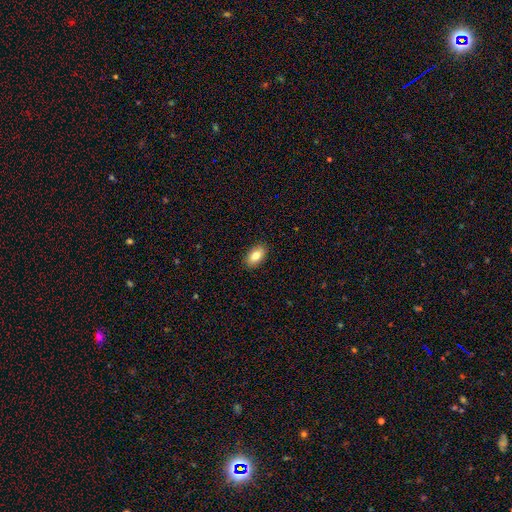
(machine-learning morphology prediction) A smooth galaxy with no disk features (81%) that is in between round and cigar-shaped (91%).

Vote fractions:
- Smooth or featured? smooth: 81% / featured or disk: 12% / star or artifact: 7%
- How rounded? in between: 91% / round: 6% / cigar-shaped: 2%
- Merging? none: 89% / minor disturbance: 8% / major disturbance: 2% / merger: 1%